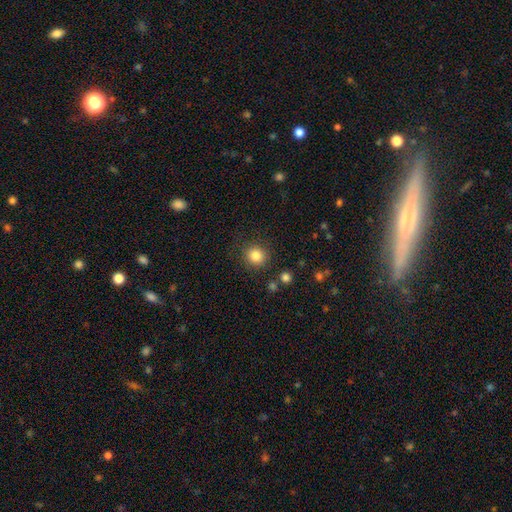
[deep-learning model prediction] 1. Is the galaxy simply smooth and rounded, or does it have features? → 84% smooth, 11% star or artifact, 5% featured or disk.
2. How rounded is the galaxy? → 91% round, 8% in between, 1% cigar-shaped.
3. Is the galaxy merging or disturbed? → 87% none, 8% minor disturbance, 3% major disturbance, 2% merger.